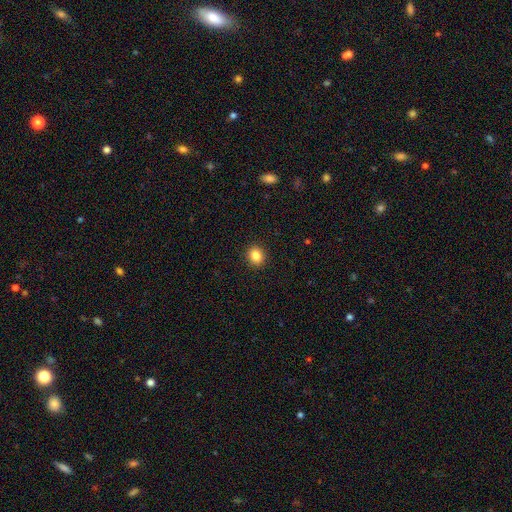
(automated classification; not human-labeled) Smooth or featured?
  - smooth: 84% *
  - star or artifact: 10%
  - featured or disk: 5%
How rounded?
  - round: 74% *
  - in between: 25%
  - cigar-shaped: 1%
Merging?
  - none: 92% *
  - minor disturbance: 5%
  - major disturbance: 2%
  - merger: 1%